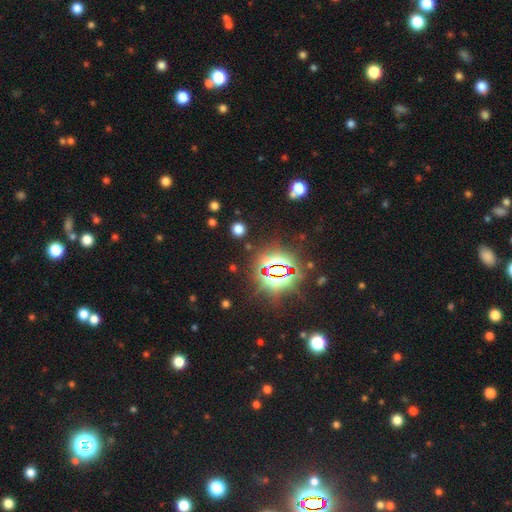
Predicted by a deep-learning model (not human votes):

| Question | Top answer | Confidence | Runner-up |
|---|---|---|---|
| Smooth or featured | star or artifact | 83% | smooth (10%) |